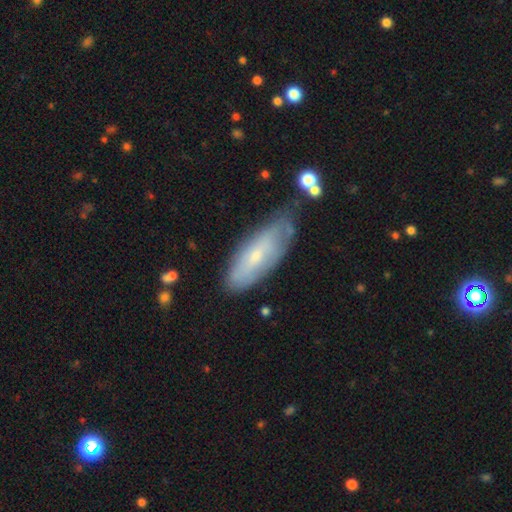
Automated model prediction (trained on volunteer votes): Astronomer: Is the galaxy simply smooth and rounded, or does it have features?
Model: smooth — 52% (runner-up: featured or disk, 41%).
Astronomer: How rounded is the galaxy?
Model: in between — 63%.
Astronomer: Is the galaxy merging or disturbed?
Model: none — 61%.